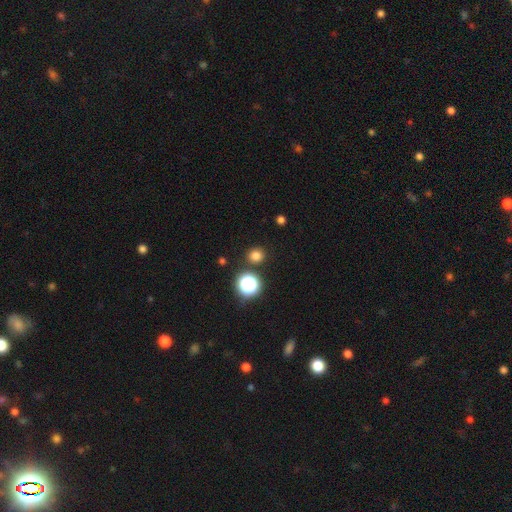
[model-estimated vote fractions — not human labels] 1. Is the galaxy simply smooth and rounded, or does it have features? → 76% smooth, 19% star or artifact, 4% featured or disk.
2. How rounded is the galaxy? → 90% round, 9% in between, 1% cigar-shaped.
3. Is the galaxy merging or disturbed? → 88% none, 6% minor disturbance, 3% merger, 2% major disturbance.